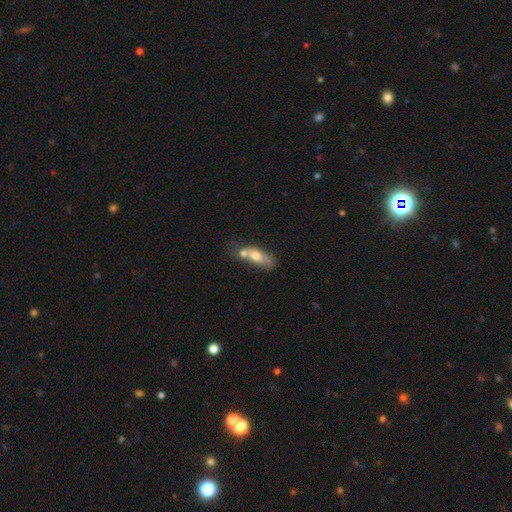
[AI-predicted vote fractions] The model was most divided on "merging": merger: 47%, none: 30%, minor disturbance: 15%, major disturbance: 8%. More confident: how rounded — in between (63%); smooth or featured — smooth (62%).